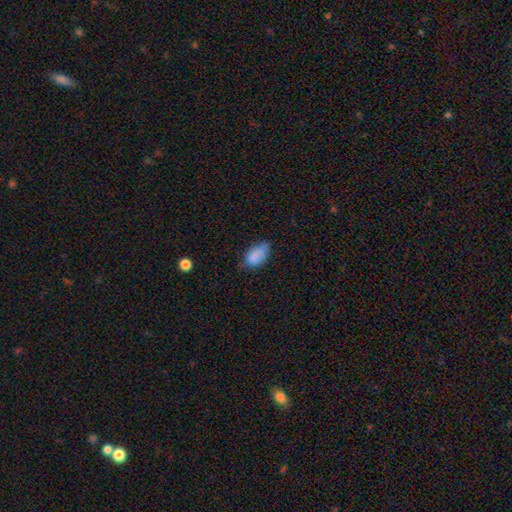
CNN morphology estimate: smooth-or-featured: smooth: 83% | star or artifact: 9% | featured or disk: 8%
  how-rounded: in between: 92% | round: 6% | cigar-shaped: 2%
  merging: none: 45% | minor disturbance: 41% | major disturbance: 11% | merger: 2%